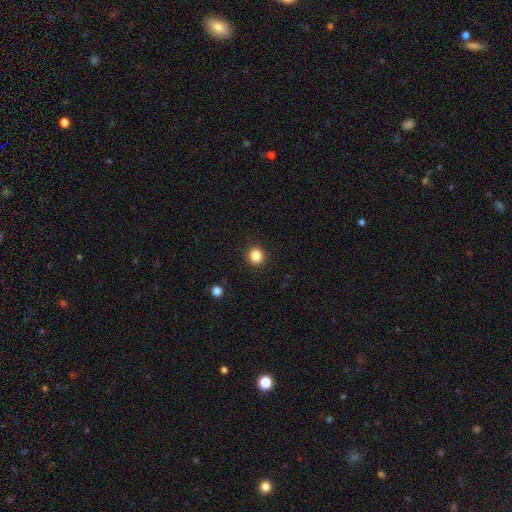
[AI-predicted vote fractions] A smooth galaxy with no disk features (85%) that is round (94%).

Vote fractions:
- Smooth or featured? smooth: 85% / star or artifact: 11% / featured or disk: 4%
- How rounded? round: 94% / in between: 5% / cigar-shaped: 1%
- Merging? none: 92% / minor disturbance: 5% / major disturbance: 2% / merger: 1%